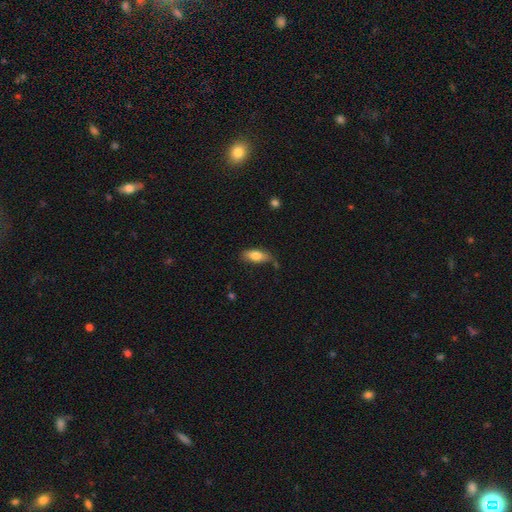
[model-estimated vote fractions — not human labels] Smooth or featured: smooth — 79% (featured or disk — 15%)
How rounded: in between — 80% (cigar-shaped — 17%)
Merging: none — 71% (minor disturbance — 21%)